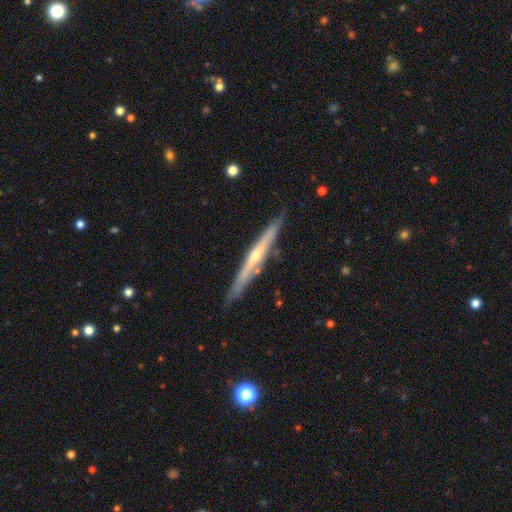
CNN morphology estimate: Smooth or featured? featured or disk (72%)
Edge-on disk? yes (96%)
Edge-on bulge? rounded (67%)
Merging? none (84%)